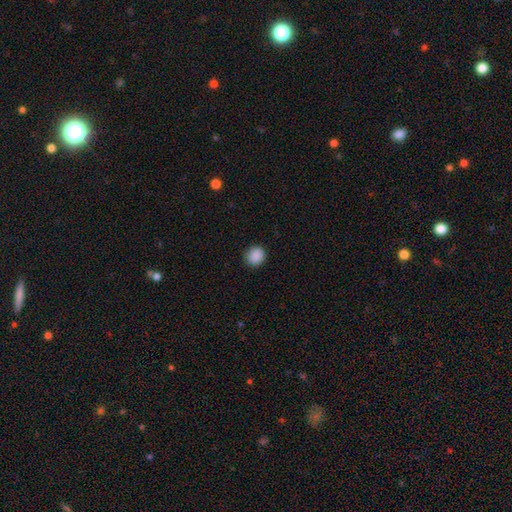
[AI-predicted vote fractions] Smooth or featured? Predicted: smooth (p=0.89). How rounded? Predicted: round (p=0.80). Merging? Predicted: none (p=0.88).